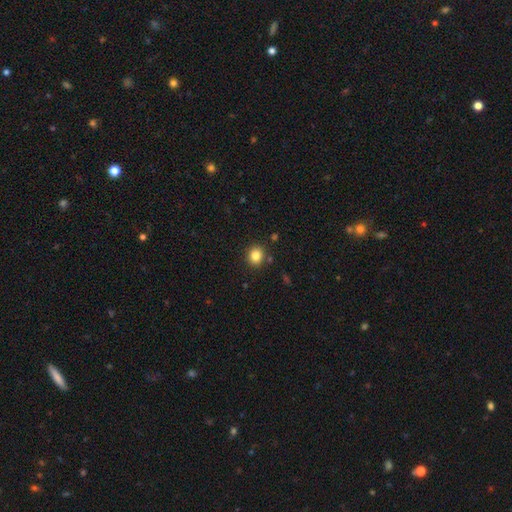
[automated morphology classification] This appears to be a smooth galaxy with no disk features (84%) that is round (75%). Merging: none (88%).